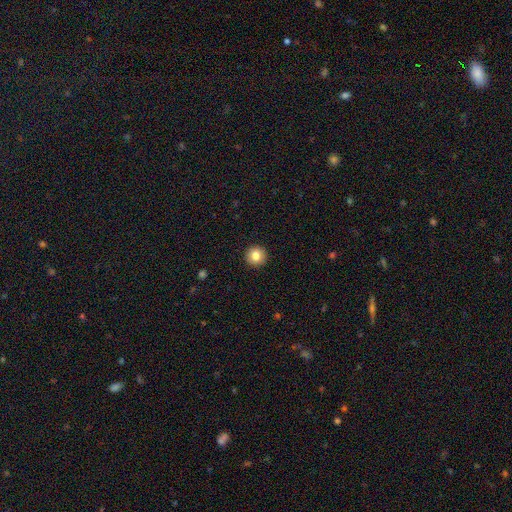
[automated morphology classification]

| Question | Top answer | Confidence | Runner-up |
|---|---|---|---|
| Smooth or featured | smooth | 83% | star or artifact (9%) |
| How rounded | round | 95% | in between (4%) |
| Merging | none | 93% | minor disturbance (4%) |